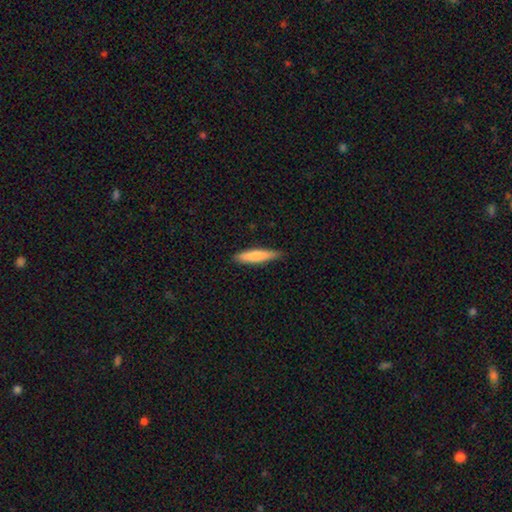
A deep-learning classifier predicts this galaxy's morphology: Q: Smooth or featured?
A: smooth (78%); runner-up: featured or disk (17%)
Q: How rounded?
A: cigar-shaped (86%); runner-up: in between (13%)
Q: Merging?
A: none (84%); runner-up: minor disturbance (13%)